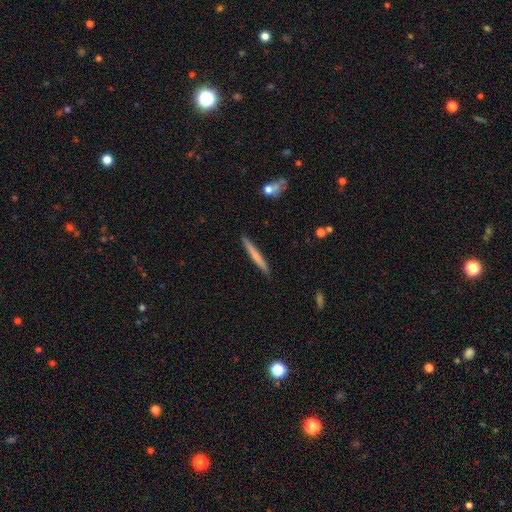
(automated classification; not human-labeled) smooth_or_featured: smooth (p=0.61) [alt: featured or disk p=0.33]
how_rounded: cigar-shaped (p=0.96) [alt: in between p=0.02]
merging: none (p=0.91) [alt: minor disturbance p=0.06]